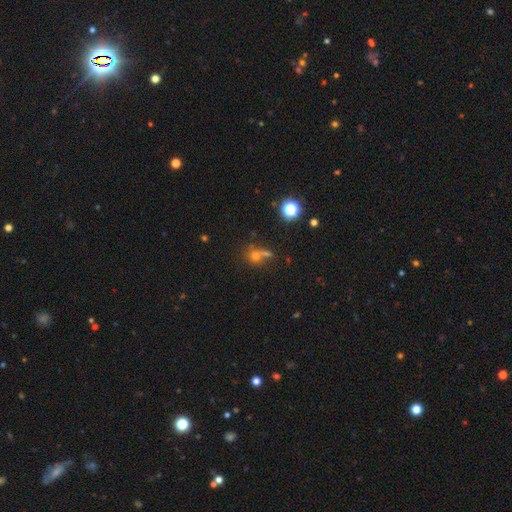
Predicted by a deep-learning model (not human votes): Q: Smooth or featured?
A: smooth (62%); runner-up: star or artifact (24%)
Q: How rounded?
A: round (79%); runner-up: in between (19%)
Q: Merging?
A: none (43%); runner-up: merger (39%)